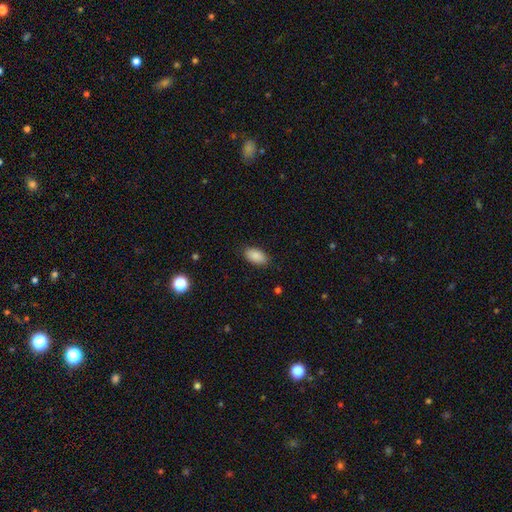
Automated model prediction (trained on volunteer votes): Smooth or featured?
  - smooth: 89% *
  - star or artifact: 7%
  - featured or disk: 4%
How rounded?
  - in between: 94% *
  - round: 3%
  - cigar-shaped: 3%
Merging?
  - none: 87% *
  - minor disturbance: 10%
  - major disturbance: 2%
  - merger: 1%